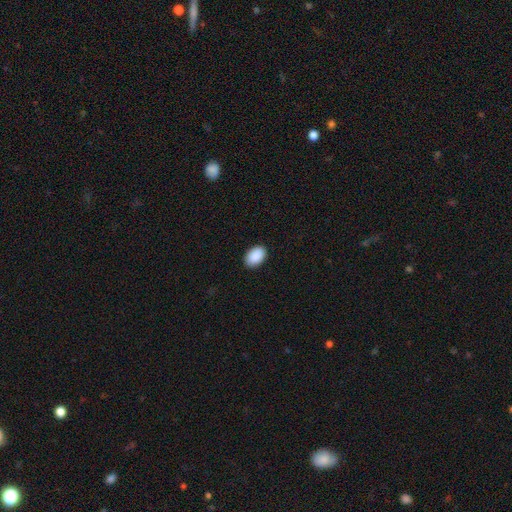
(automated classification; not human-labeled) smooth-or-featured: smooth: 91% | star or artifact: 6% | featured or disk: 2%
  how-rounded: in between: 89% | round: 10% | cigar-shaped: 1%
  merging: none: 89% | minor disturbance: 8% | major disturbance: 2% | merger: 1%